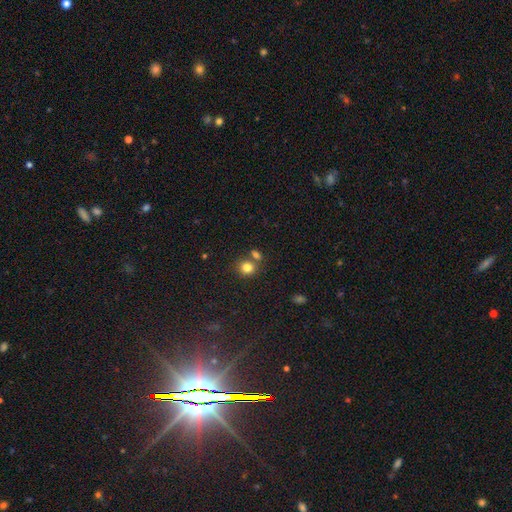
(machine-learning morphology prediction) Overall: smooth (76%). How rounded: round (82%). Merging: none (62%; merger 26%).